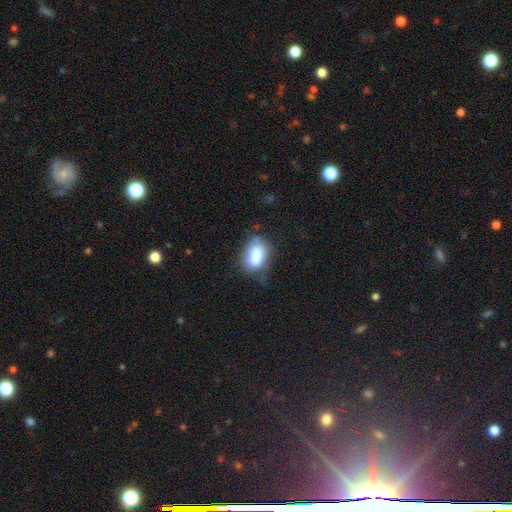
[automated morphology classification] The model was most divided on "merging": none: 59%, minor disturbance: 28%, major disturbance: 10%, merger: 3%. More confident: how rounded — in between (84%); smooth or featured — smooth (80%).